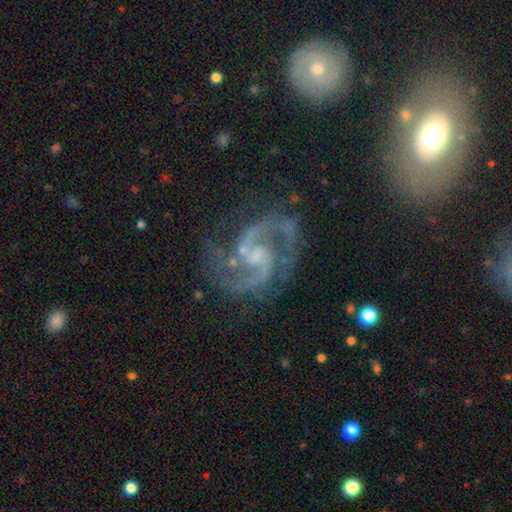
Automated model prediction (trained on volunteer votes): A featured or disk galaxy (93%) with a weak bar (48%), 2 (93%) medium (67%) spiral arms (99%) and a small central bulge (59%).

Vote fractions:
- Smooth or featured? featured or disk: 93% / star or artifact: 5% / smooth: 2%
- Edge-on disk? no: 98% / yes: 2%
- Bar? weak: 48% / no: 38% / strong: 14%
- Spiral arms? yes: 99% / no: 1%
- Spiral winding? medium: 67% / loose: 19% / tight: 14%
- Spiral arm count? 2: 93% / 3: 2% / can't tell: 2% / 1: 1% / 4: 1% / more than 4: 1%
- Bulge size? small: 59% / none: 21% / moderate: 18% / large: 2% / dominant: 1%
- Merging? none: 72% / minor disturbance: 16% / major disturbance: 9% / merger: 3%